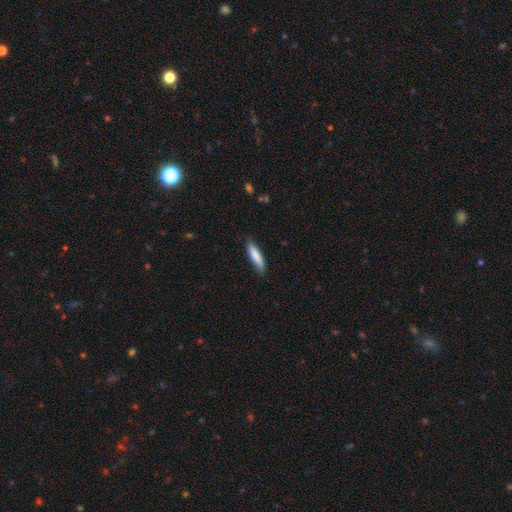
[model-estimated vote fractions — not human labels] Smooth or featured: smooth — 84% (featured or disk — 10%)
How rounded: cigar-shaped — 77% (in between — 22%)
Merging: none — 82% (minor disturbance — 14%)